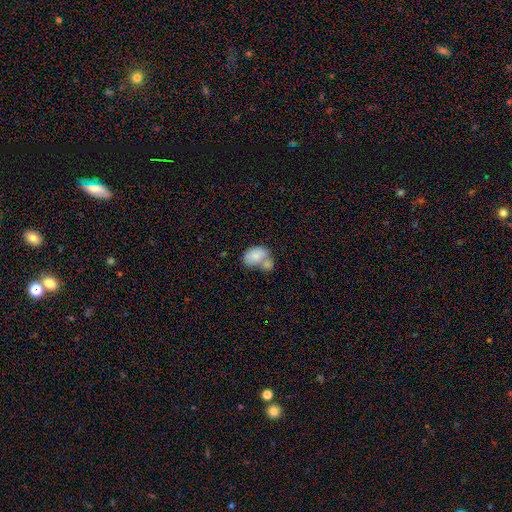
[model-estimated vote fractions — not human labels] smooth-or-featured: smooth: 78% | featured or disk: 15% | star or artifact: 7%
  how-rounded: in between: 82% | round: 17% | cigar-shaped: 1%
  merging: merger: 60% | none: 23% | minor disturbance: 12% | major disturbance: 6%